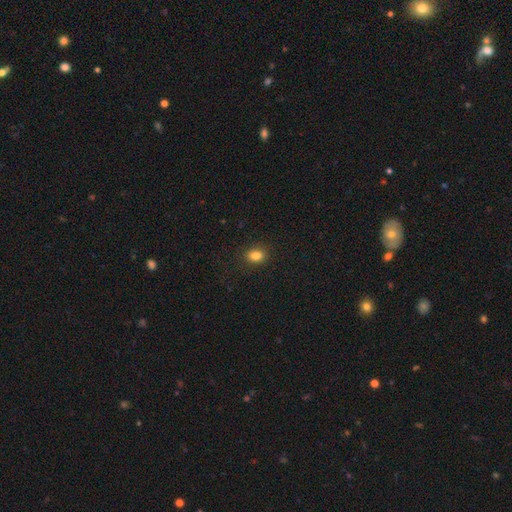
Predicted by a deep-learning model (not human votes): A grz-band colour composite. It shows a smooth galaxy with no disk features (84%) that is in between round and cigar-shaped (69%). Merging: none (87%).